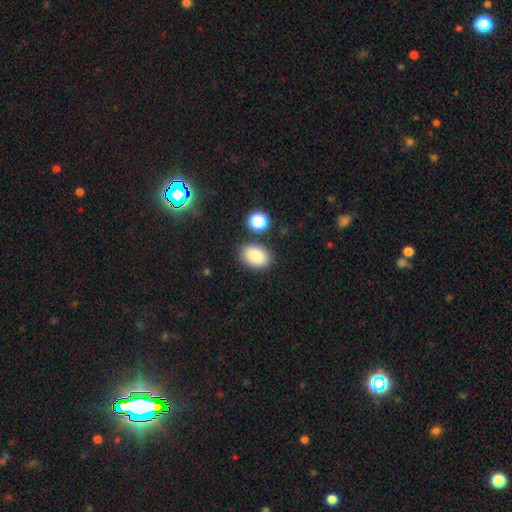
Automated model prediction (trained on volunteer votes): The model was most divided on "how rounded": in between: 83%, round: 16%, cigar-shaped: 1%. More confident: smooth or featured — smooth (87%); merging — none (81%).